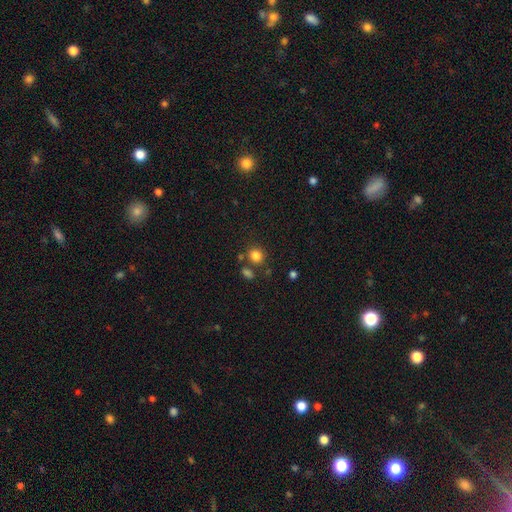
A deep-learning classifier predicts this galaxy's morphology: A smooth galaxy with no disk features (82%) that is round (78%).

Vote fractions:
- Smooth or featured? smooth: 82% / star or artifact: 13% / featured or disk: 5%
- How rounded? round: 78% / in between: 21% / cigar-shaped: 1%
- Merging? none: 72% / merger: 13% / minor disturbance: 10% / major disturbance: 4%